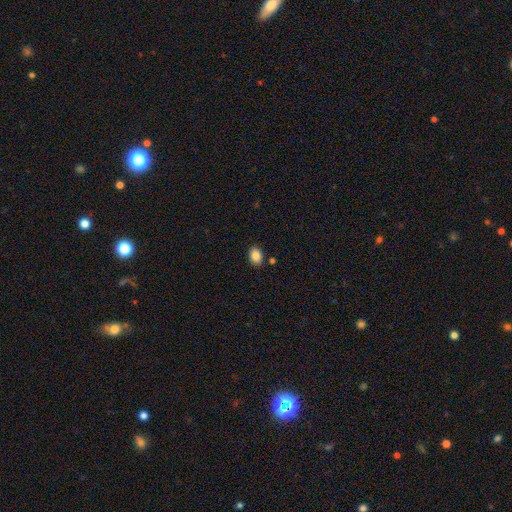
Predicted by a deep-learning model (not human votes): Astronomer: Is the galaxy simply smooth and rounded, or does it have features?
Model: smooth — 86%.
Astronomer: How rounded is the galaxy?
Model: in between — 69%.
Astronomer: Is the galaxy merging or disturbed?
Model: none — 85%.